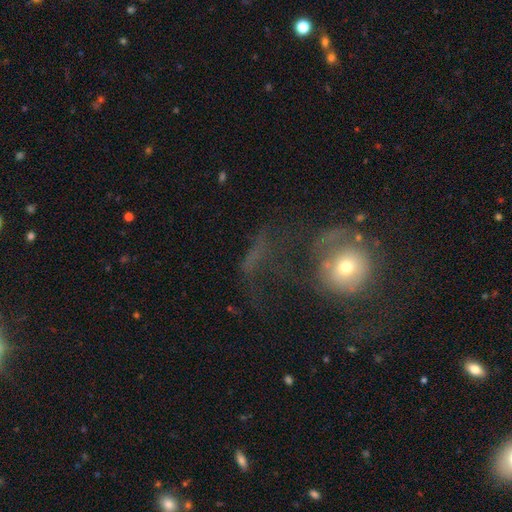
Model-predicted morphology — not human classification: This is marginally a smooth galaxy (40%). Merging: possibly major disturbance (46%).